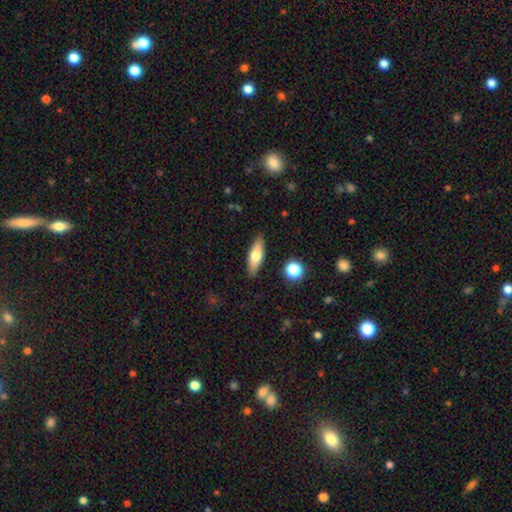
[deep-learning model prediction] Overall: smooth (62%; featured or disk 31%). How rounded: in between (50%; cigar-shaped 47%). Merging: none (87%).